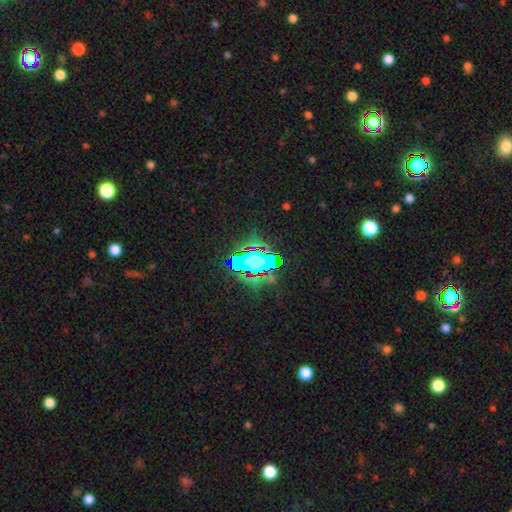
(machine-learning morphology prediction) The model was most divided on "smooth or featured": star or artifact: 49%, smooth: 30%, featured or disk: 22%.